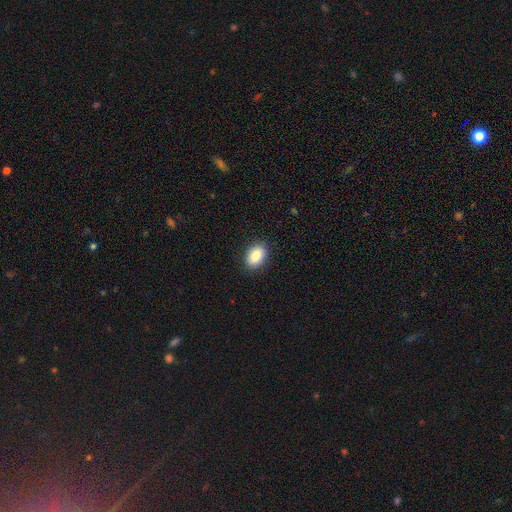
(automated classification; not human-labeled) Q: Smooth or featured?
A: smooth (86%); runner-up: star or artifact (7%)
Q: How rounded?
A: in between (85%); runner-up: round (14%)
Q: Merging?
A: none (89%); runner-up: minor disturbance (8%)